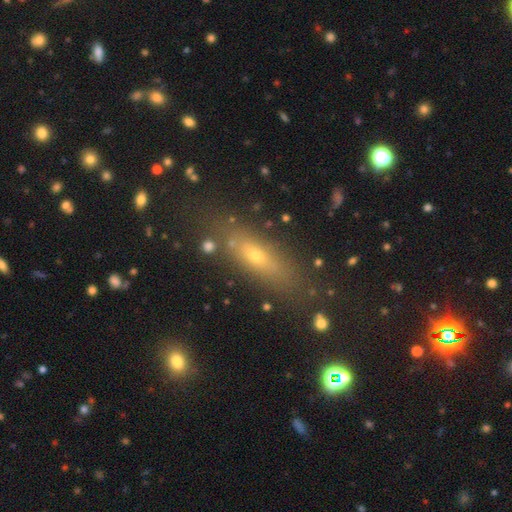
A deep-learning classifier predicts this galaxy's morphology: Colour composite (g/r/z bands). It shows a smooth galaxy with no disk features (59%) that is cigar-shaped (49%). Merging: none (77%).